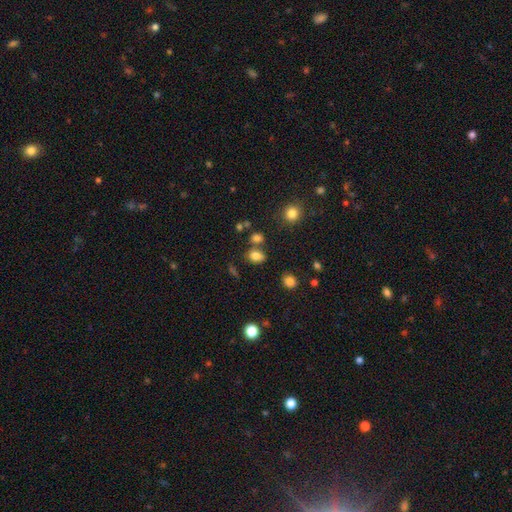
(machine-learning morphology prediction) smooth_or_featured: smooth (p=0.80) [alt: star or artifact p=0.13]
how_rounded: in between (p=0.69) [alt: round p=0.29]
merging: none (p=0.66) [alt: merger p=0.17]